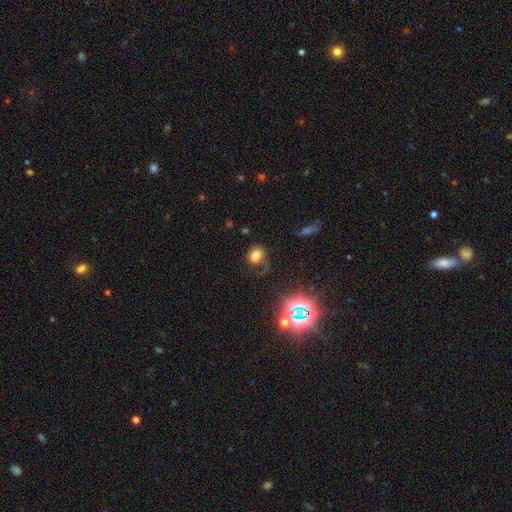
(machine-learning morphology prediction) Overall: smooth (63%). How rounded: in between (55%; round 44%). Merging: none (53%; minor disturbance 21%).